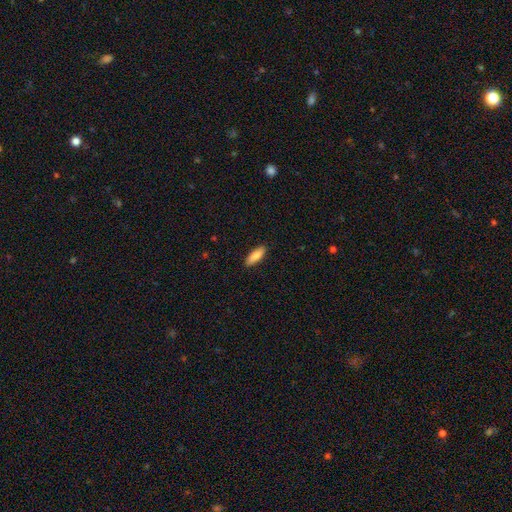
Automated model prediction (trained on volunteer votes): A smooth galaxy with no disk features (85%) that is in between round and cigar-shaped (60%).

Vote fractions:
- Smooth or featured? smooth: 85% / featured or disk: 9% / star or artifact: 6%
- How rounded? in between: 60% / cigar-shaped: 38% / round: 2%
- Merging? none: 90% / minor disturbance: 8% / major disturbance: 2% / merger: 1%